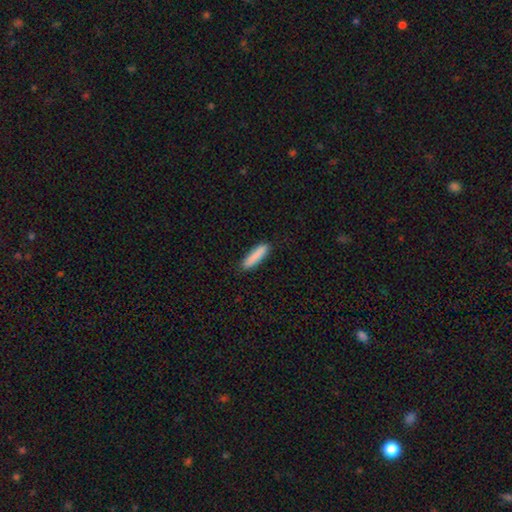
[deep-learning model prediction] Overall: smooth (88%). How rounded: cigar-shaped (80%). Merging: none (89%).